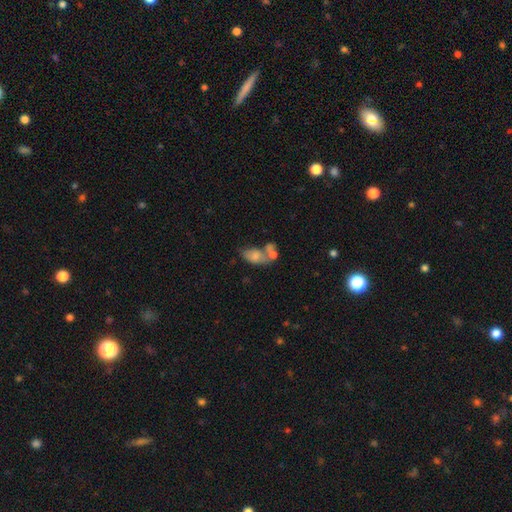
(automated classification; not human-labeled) A smooth galaxy with no disk features (65%) that is in between round and cigar-shaped (87%). Merging: merger (51%).